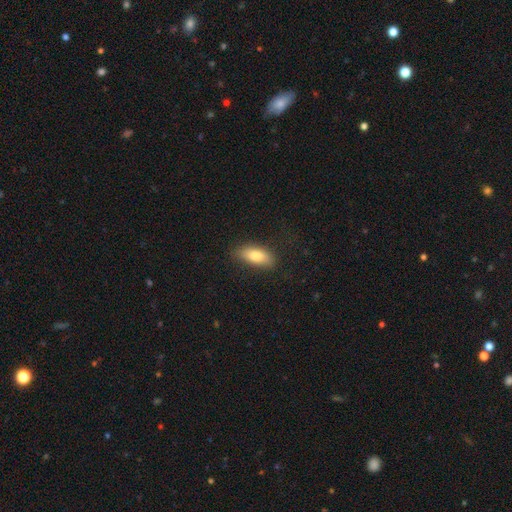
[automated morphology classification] smooth 81%, featured or disk 12%, star or artifact 7%. Down the decision tree: how rounded — in between (81%); merging — none (77%).